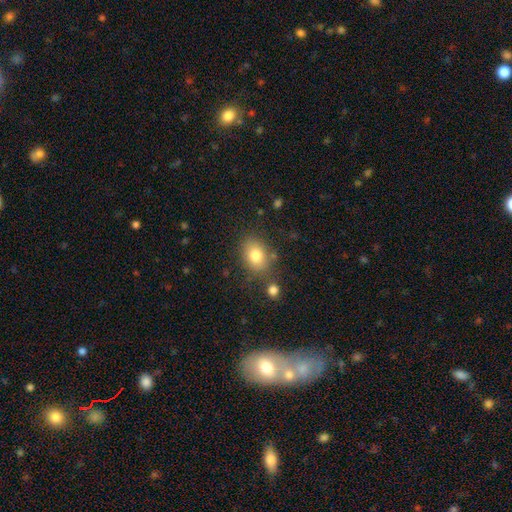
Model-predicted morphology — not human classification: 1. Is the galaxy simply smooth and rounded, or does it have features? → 80% smooth, 10% featured or disk, 9% star or artifact.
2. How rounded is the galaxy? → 62% in between, 37% round, 1% cigar-shaped.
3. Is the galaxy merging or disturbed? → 74% none, 14% minor disturbance, 7% merger, 5% major disturbance.